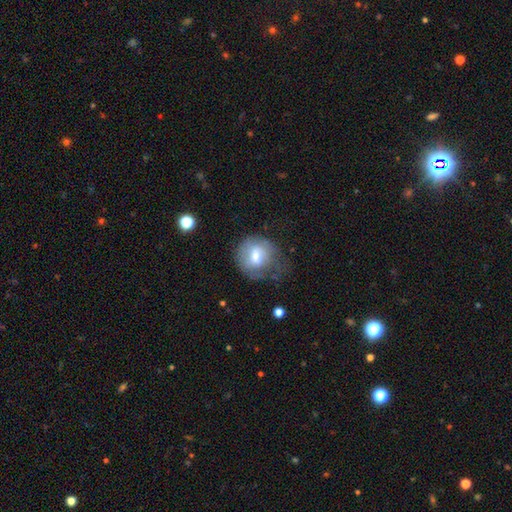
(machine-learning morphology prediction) smooth 60%, featured or disk 31%, star or artifact 8%. Down the decision tree: how rounded — round (77%); merging — none (43%).